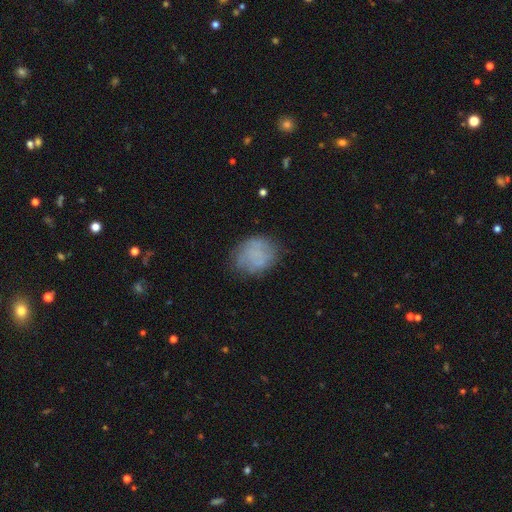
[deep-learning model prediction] Smooth or featured? Predicted: smooth (p=0.56). How rounded? Predicted: round (p=0.53). Merging? Predicted: none (p=0.66).